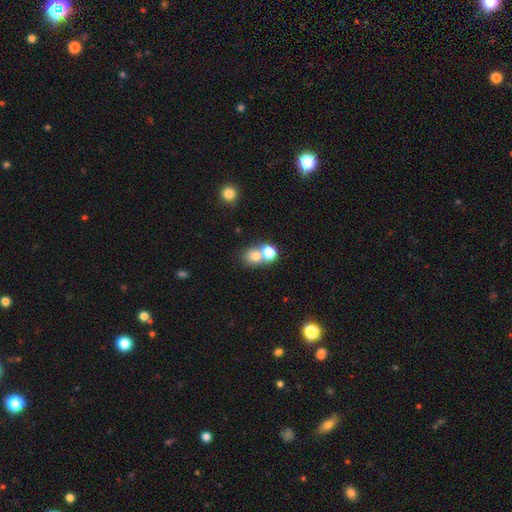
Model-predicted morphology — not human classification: The model was most divided on "merging": merger: 48%, none: 41%, minor disturbance: 7%, major disturbance: 4%. More confident: smooth or featured — smooth (74%); how rounded — round (69%).